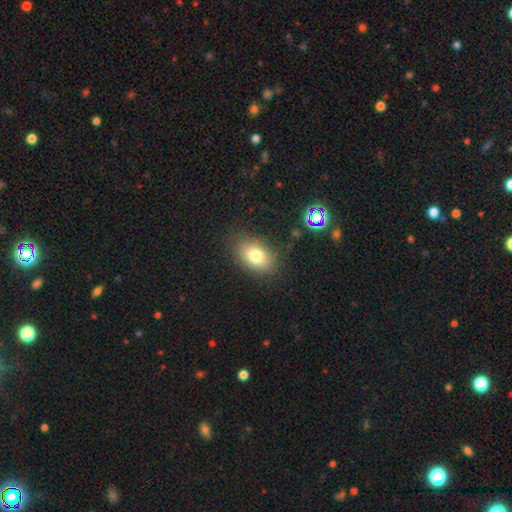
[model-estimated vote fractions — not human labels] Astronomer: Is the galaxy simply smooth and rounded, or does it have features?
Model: smooth — 77%.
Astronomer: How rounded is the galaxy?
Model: in between — 83%.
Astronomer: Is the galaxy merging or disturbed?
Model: none — 82%.